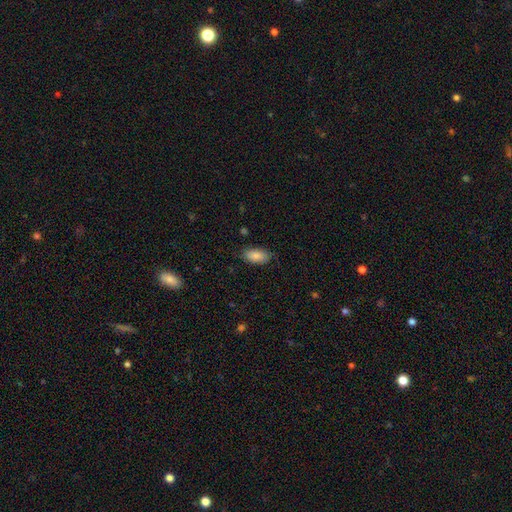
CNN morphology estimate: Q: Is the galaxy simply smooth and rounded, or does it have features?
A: smooth — 87%.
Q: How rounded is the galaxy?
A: in between — 93%.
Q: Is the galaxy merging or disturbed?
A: none — 77%.